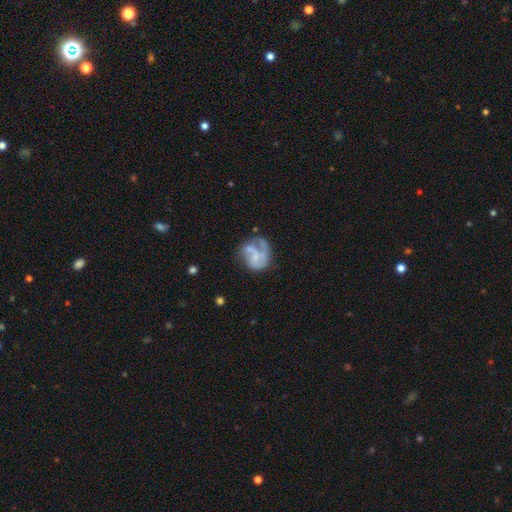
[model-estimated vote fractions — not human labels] The model was most divided on "merging": none: 40%, major disturbance: 30%, minor disturbance: 22%, merger: 7%. More confident: edge-on disk — no (98%); spiral arms — yes (70%); smooth or featured — featured or disk (62%); bar — no (61%); bulge size — none (51%).